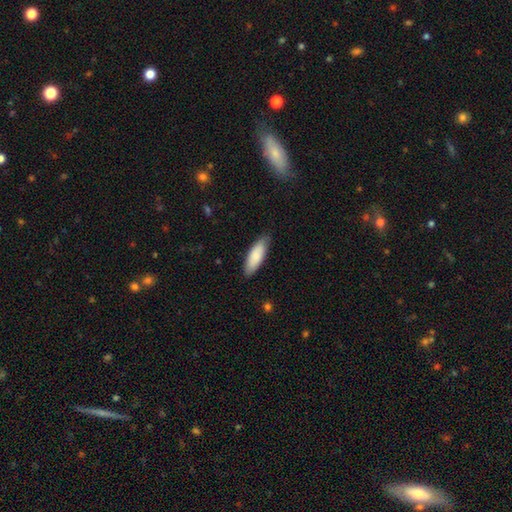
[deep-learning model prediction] Smooth or featured: smooth — 85% (featured or disk — 10%)
How rounded: in between — 60% (cigar-shaped — 38%)
Merging: none — 80% (minor disturbance — 16%)